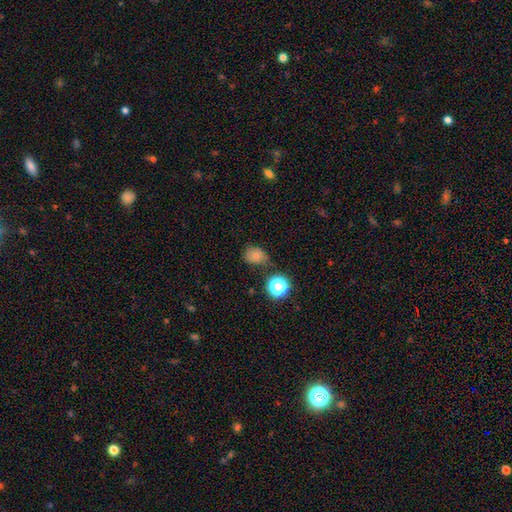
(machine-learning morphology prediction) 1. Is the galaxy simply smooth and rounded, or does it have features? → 73% smooth, 17% star or artifact, 10% featured or disk.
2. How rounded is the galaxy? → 57% round, 42% in between, 1% cigar-shaped.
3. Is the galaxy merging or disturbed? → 56% none, 29% minor disturbance, 9% major disturbance, 6% merger.